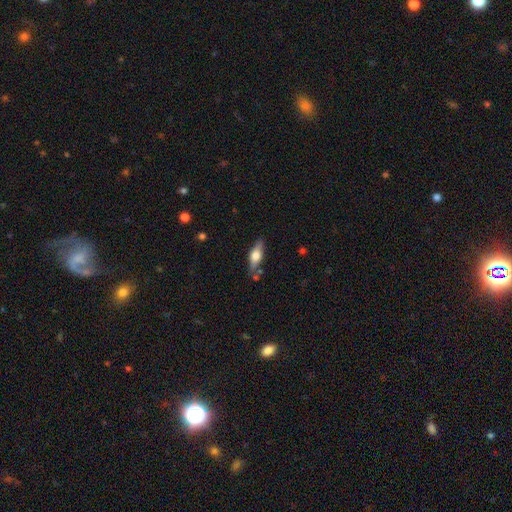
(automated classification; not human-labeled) Smooth or featured? Predicted: smooth (p=0.47). Merging? Predicted: none (p=0.77).